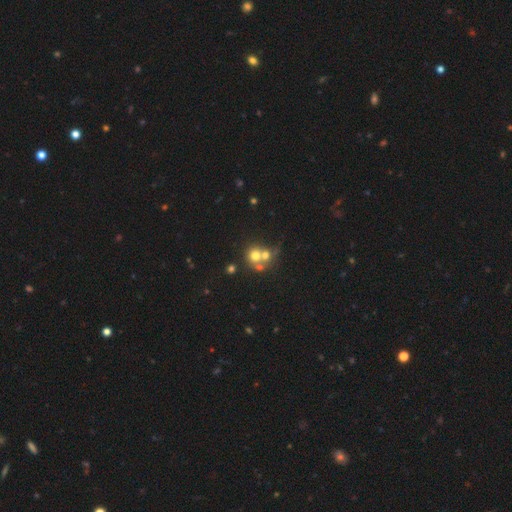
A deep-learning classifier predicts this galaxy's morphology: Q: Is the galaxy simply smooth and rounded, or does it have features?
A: smooth — 63%.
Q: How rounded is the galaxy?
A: round — 82%.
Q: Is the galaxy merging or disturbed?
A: merger — 53%.